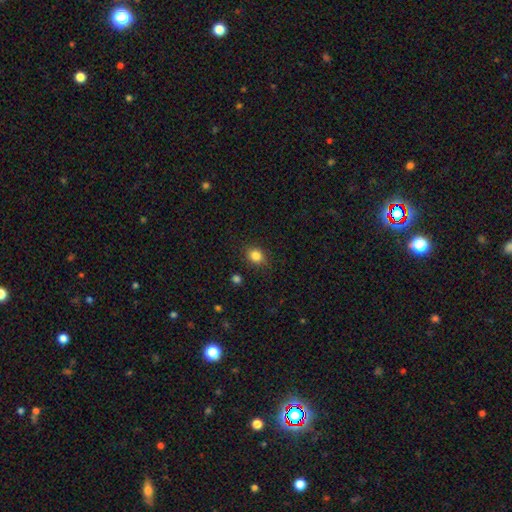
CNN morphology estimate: This appears to be a smooth galaxy with no disk features (84%) that is round (59%). Merging: none (85%).